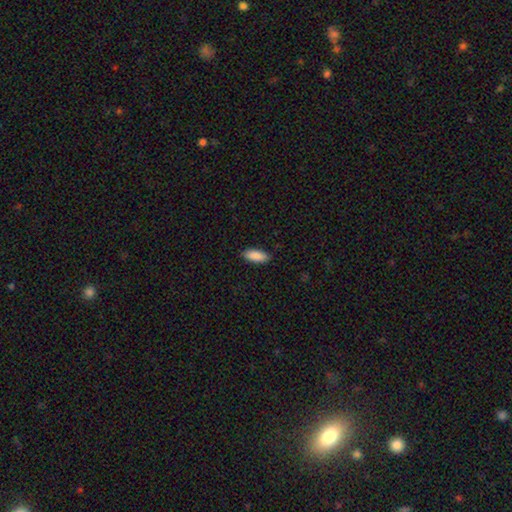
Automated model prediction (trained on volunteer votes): Smooth or featured?
  - smooth: 90% *
  - star or artifact: 6%
  - featured or disk: 4%
How rounded?
  - in between: 83% *
  - cigar-shaped: 15%
  - round: 2%
Merging?
  - none: 88% *
  - minor disturbance: 9%
  - major disturbance: 2%
  - merger: 1%